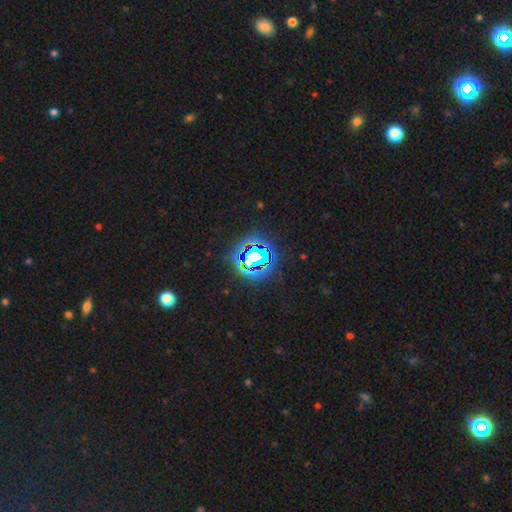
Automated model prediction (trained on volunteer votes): smooth-or-featured: star or artifact: 73% | smooth: 15% | featured or disk: 12%